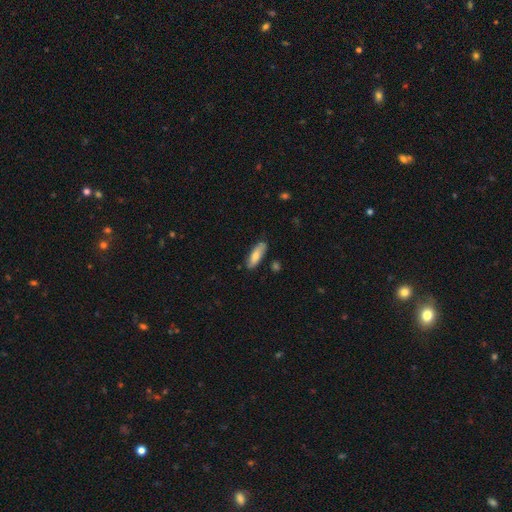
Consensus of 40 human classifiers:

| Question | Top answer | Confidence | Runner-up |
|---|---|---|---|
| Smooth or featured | smooth | 85% | featured or disk (10%) |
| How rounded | cigar-shaped | 62% | in between (38%) |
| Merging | none | 84% | minor disturbance (8%) |